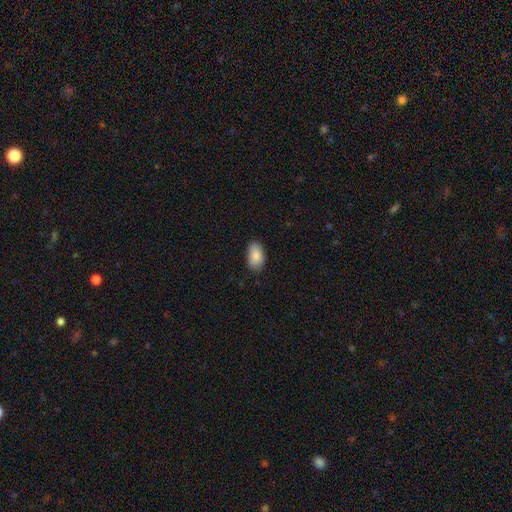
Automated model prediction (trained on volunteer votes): This appears to be a smooth galaxy with no disk features (86%) that is in between round and cigar-shaped (94%). Merging: none (83%).